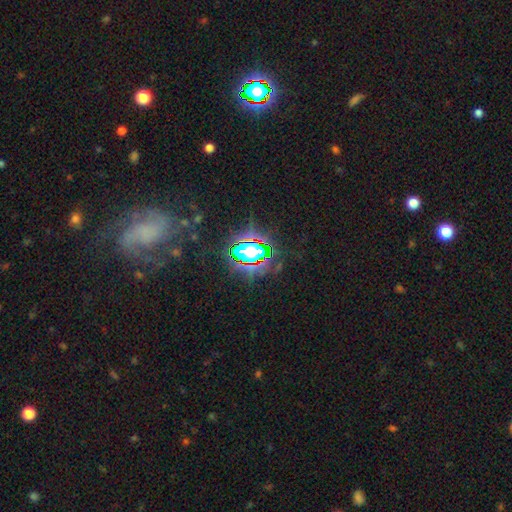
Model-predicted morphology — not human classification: A star or artifact, not a galaxy (69%).